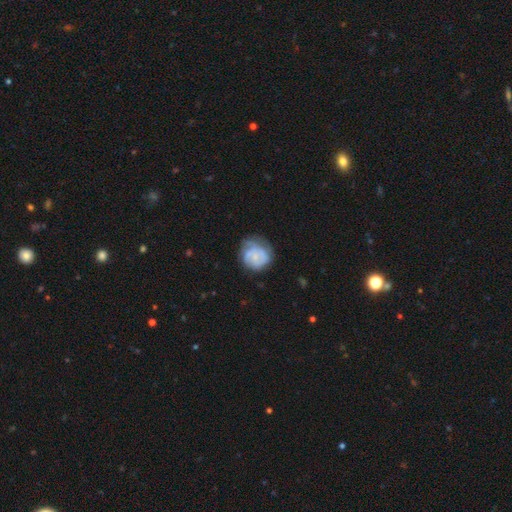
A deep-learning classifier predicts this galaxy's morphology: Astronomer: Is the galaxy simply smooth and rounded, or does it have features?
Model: featured or disk — 55% (runner-up: smooth, 38%).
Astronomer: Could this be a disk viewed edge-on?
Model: no — 98%.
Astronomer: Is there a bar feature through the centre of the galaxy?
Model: no — 77%.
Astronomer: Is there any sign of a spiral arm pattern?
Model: yes — 71%.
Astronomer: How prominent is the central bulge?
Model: small — 59%.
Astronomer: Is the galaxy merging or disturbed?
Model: none — 53%.